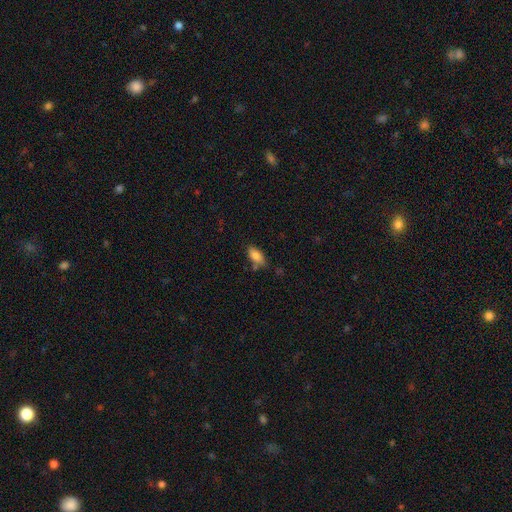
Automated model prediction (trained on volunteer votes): Smooth or featured: smooth — 83% (featured or disk — 9%)
How rounded: in between — 89% (cigar-shaped — 8%)
Merging: none — 64% (minor disturbance — 23%)